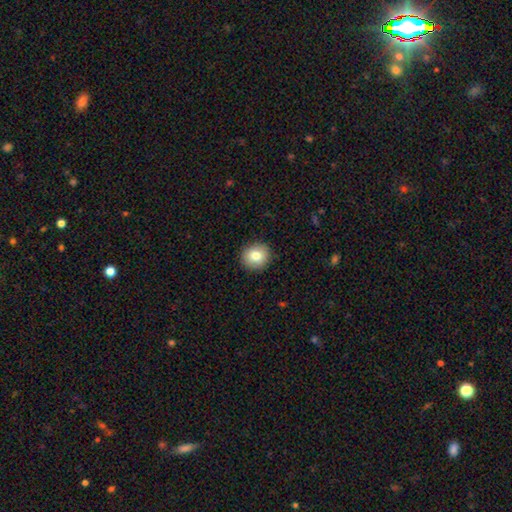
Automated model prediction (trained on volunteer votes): This appears to be a smooth galaxy with no disk features (81%) that is round (86%). Merging: none (91%).